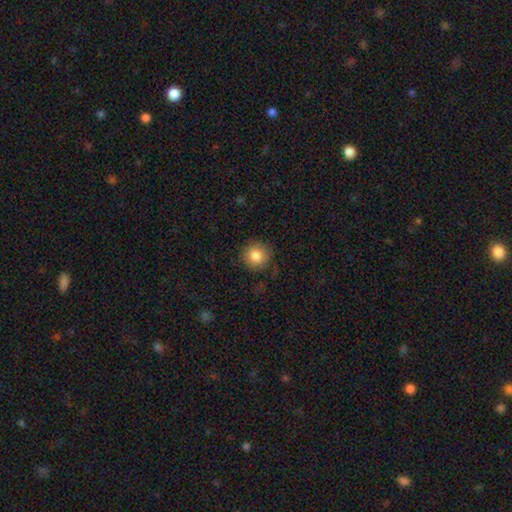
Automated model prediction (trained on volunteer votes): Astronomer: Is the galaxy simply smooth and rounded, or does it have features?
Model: smooth — 85%.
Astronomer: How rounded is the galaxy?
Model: round — 92%.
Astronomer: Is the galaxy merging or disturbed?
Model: none — 85%.